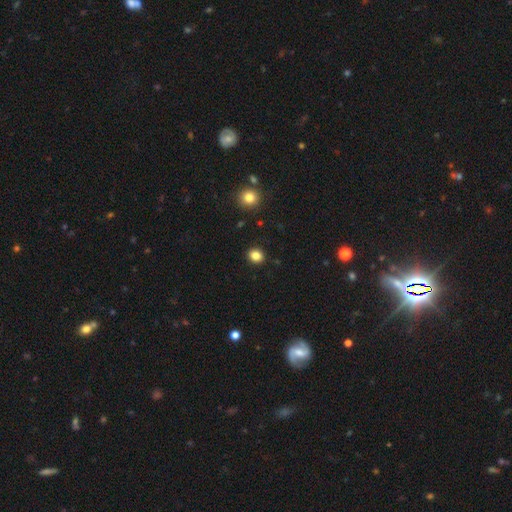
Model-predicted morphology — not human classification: smooth-or-featured: smooth: 84% | star or artifact: 12% | featured or disk: 5%
  how-rounded: round: 71% | in between: 28% | cigar-shaped: 1%
  merging: none: 90% | minor disturbance: 6% | major disturbance: 2% | merger: 1%